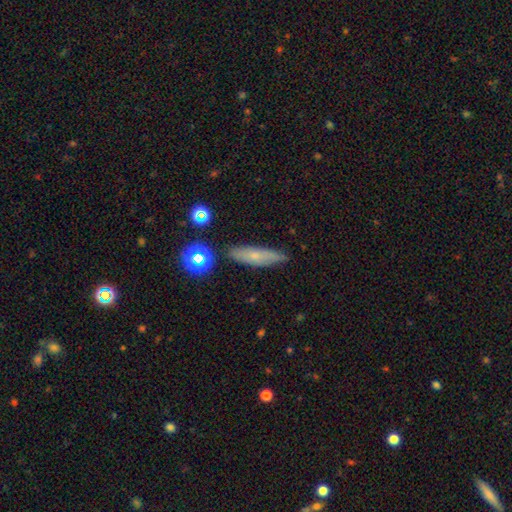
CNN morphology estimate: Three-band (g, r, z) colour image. It shows a smooth galaxy with no disk features (62%) that is cigar-shaped (70%). Merging: none (80%).